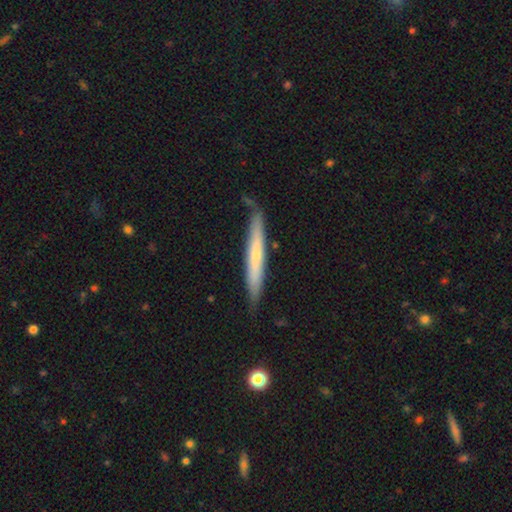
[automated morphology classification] type=smooth (53%); roundness=cigar-shaped (95%); merging=none (80%).